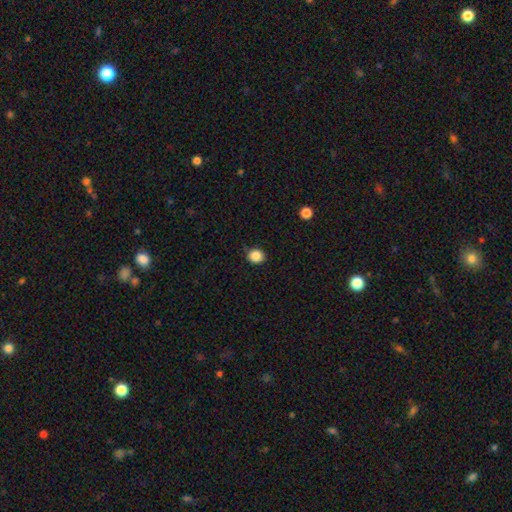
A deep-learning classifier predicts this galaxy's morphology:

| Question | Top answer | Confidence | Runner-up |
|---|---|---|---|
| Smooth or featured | smooth | 86% | star or artifact (10%) |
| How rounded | round | 81% | in between (19%) |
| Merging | none | 86% | minor disturbance (10%) |